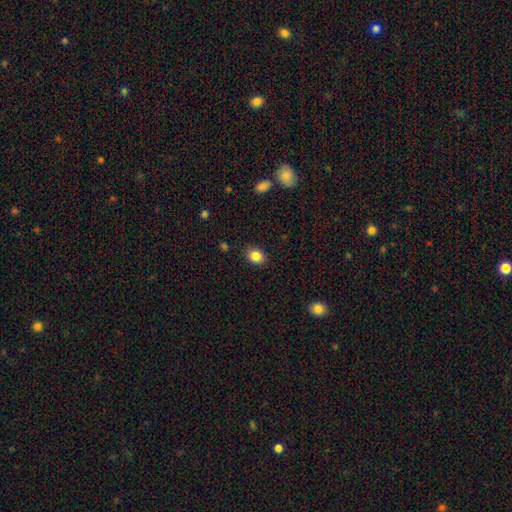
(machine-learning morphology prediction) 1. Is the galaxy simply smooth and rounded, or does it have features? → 85% smooth, 10% star or artifact, 6% featured or disk.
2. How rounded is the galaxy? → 52% round, 47% in between, 1% cigar-shaped.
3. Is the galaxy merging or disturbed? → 87% none, 9% minor disturbance, 2% major disturbance, 1% merger.